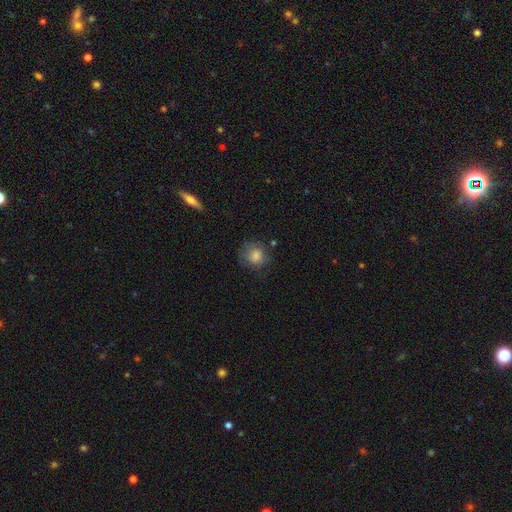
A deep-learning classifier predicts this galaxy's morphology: smooth_or_featured: smooth (p=0.82) [alt: star or artifact p=0.09]
how_rounded: round (p=0.81) [alt: in between p=0.18]
merging: none (p=0.69) [alt: minor disturbance p=0.21]